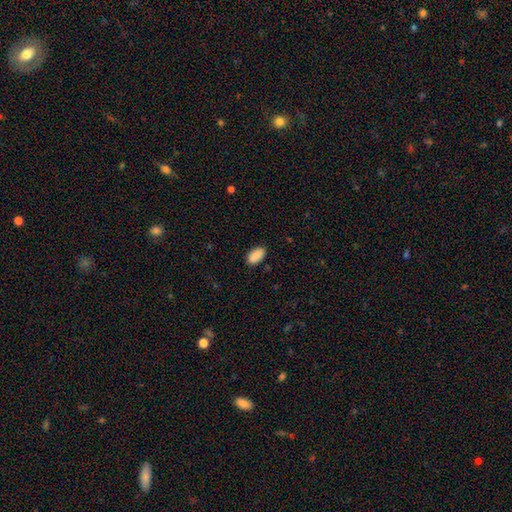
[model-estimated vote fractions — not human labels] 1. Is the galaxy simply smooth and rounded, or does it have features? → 90% smooth, 7% star or artifact, 3% featured or disk.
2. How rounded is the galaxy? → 94% in between, 4% round, 2% cigar-shaped.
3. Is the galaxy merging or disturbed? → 84% none, 12% minor disturbance, 2% major disturbance, 1% merger.